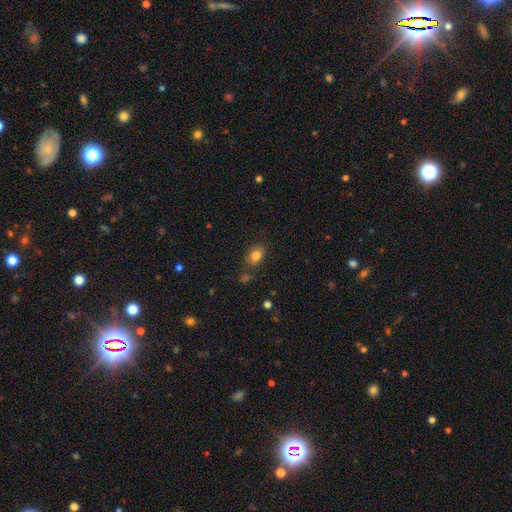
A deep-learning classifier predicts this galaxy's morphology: Smooth or featured?
  - smooth: 81% *
  - star or artifact: 10%
  - featured or disk: 9%
How rounded?
  - in between: 82% *
  - round: 16%
  - cigar-shaped: 2%
Merging?
  - none: 75% *
  - minor disturbance: 14%
  - merger: 7%
  - major disturbance: 4%